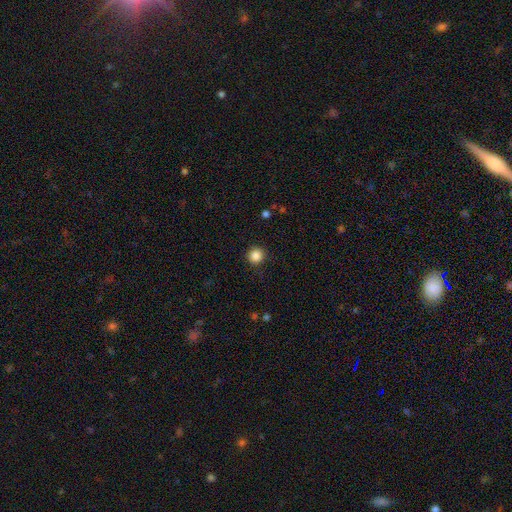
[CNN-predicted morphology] This appears to be a smooth galaxy with no disk features (86%) that is round (95%). Merging: none (91%).